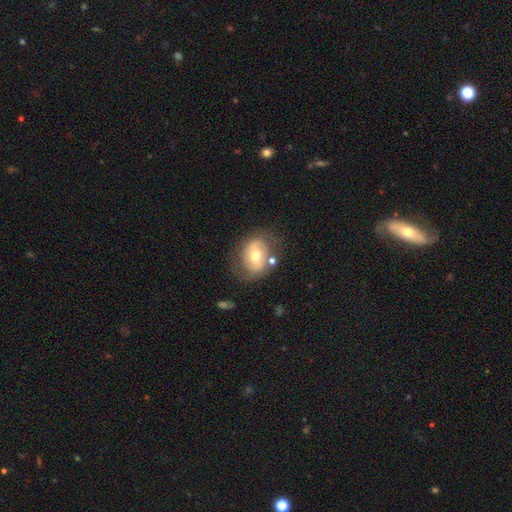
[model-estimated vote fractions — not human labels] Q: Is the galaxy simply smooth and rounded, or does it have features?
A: featured or disk — 49%.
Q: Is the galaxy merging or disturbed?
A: none — 65%.